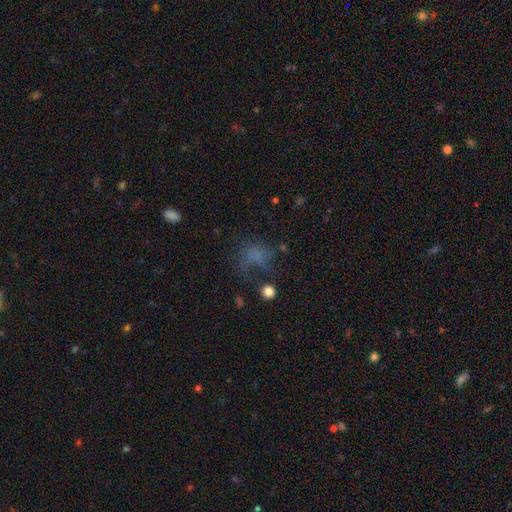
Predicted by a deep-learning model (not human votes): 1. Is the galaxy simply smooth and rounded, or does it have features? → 53% smooth, 25% featured or disk, 23% star or artifact.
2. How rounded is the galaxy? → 53% in between, 45% round, 2% cigar-shaped.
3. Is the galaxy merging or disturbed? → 40% major disturbance, 35% none, 20% minor disturbance, 6% merger.